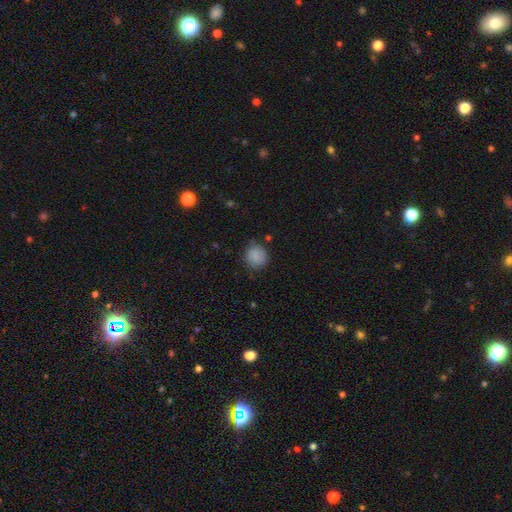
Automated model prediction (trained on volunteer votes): Smooth or featured? Predicted: smooth (p=0.87). How rounded? Predicted: round (p=0.85). Merging? Predicted: none (p=0.77).